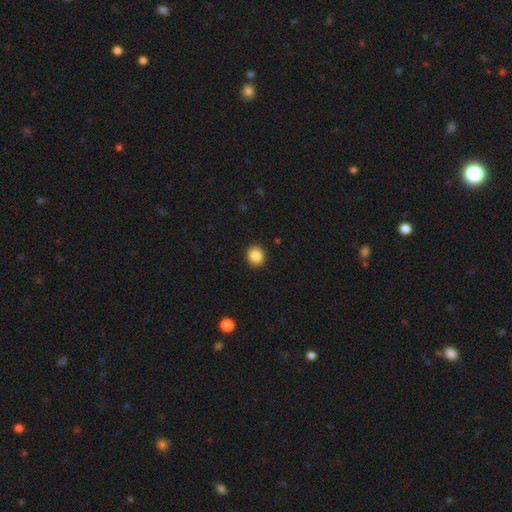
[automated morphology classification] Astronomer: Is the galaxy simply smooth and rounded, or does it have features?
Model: smooth — 87%.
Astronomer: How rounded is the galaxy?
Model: round — 88%.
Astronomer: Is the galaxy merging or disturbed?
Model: none — 92%.